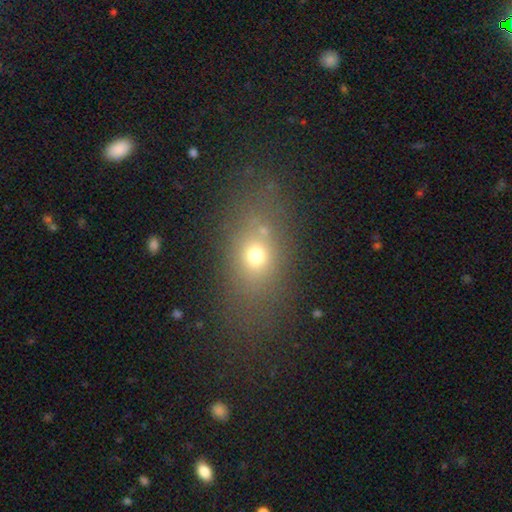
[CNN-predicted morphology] smooth 66%, star or artifact 19%, featured or disk 16%. Down the decision tree: how rounded — in between (66%); merging — none (66%).